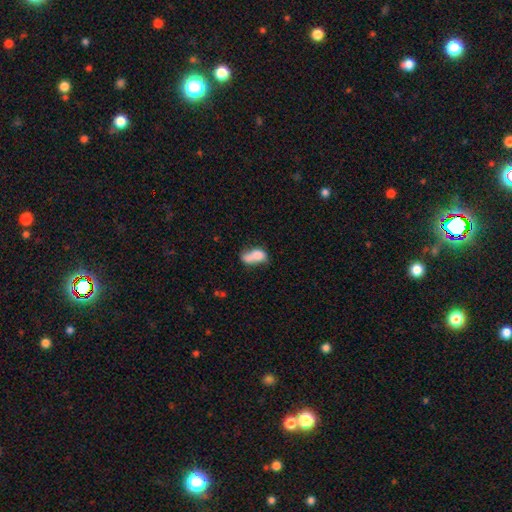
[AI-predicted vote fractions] This appears to be a smooth galaxy with no disk features (72%) that is in between round and cigar-shaped (83%). Merging: merger (45%).